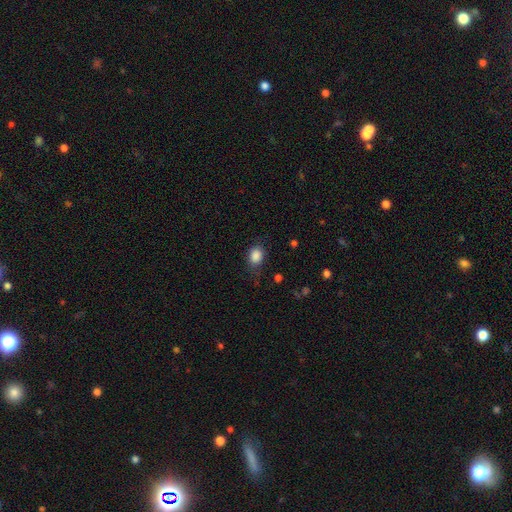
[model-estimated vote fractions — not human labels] Smooth or featured? smooth (87%)
How rounded? in between (60%)
Merging? none (73%)